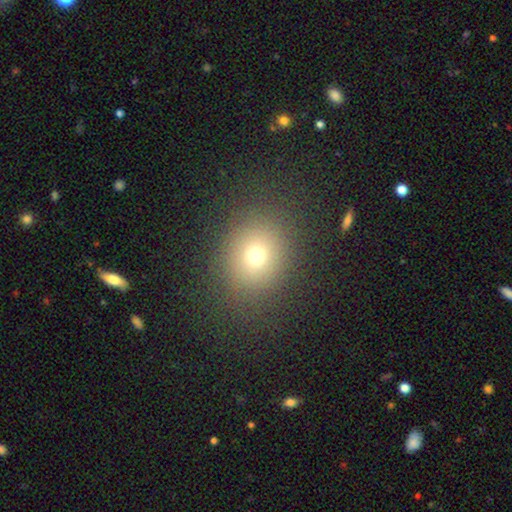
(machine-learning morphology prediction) smooth 70%, star or artifact 18%, featured or disk 12%. Down the decision tree: how rounded — round (72%); merging — none (85%).